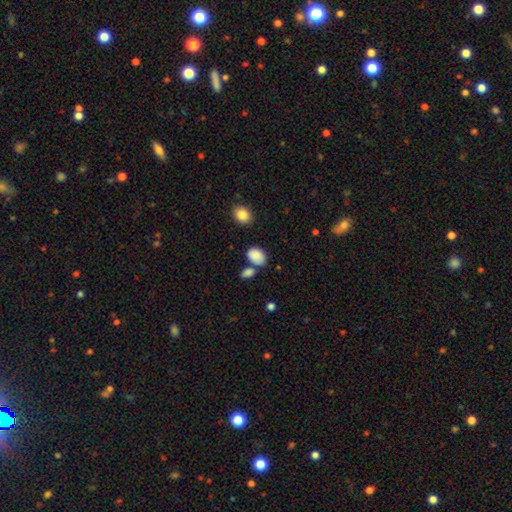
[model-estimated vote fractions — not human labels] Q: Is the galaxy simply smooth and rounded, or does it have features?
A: smooth — 86%.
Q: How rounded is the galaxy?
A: in between — 85%.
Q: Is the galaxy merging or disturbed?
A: none — 62%.